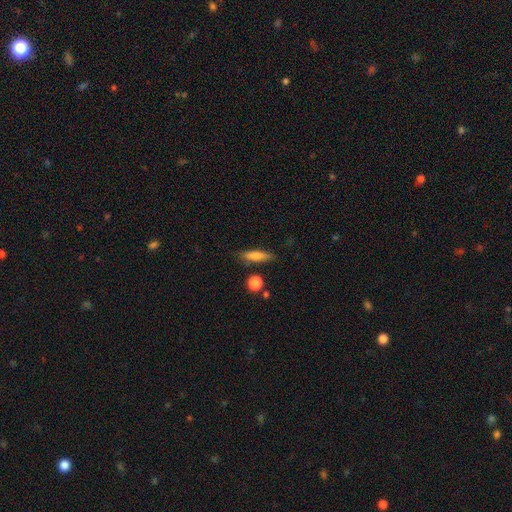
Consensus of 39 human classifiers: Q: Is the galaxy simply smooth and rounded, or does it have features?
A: smooth — 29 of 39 (74%).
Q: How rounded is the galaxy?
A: cigar-shaped — 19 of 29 (66%).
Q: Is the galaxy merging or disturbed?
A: none — 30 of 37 (81%).